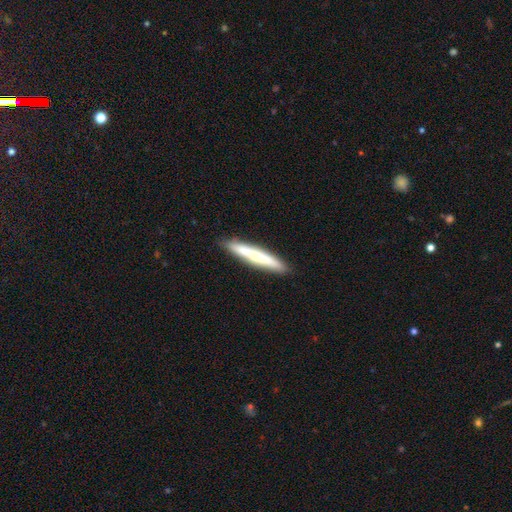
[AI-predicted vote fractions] Morphology: type=smooth (59%); roundness=cigar-shaped (94%); merging=none (88%).